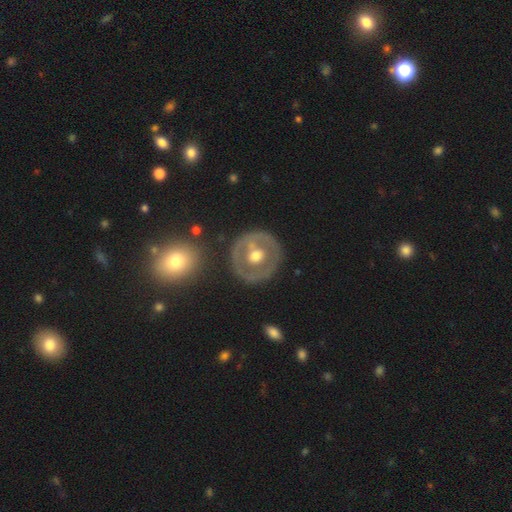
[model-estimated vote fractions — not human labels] Smooth or featured: featured or disk — 59% (smooth — 36%)
Edge-on disk: no — 96% (yes — 4%)
Bar: no — 75% (weak — 17%)
Spiral arms: no — 83% (yes — 17%)
Bulge size: moderate — 75% (large — 13%)
Merging: none — 77% (minor disturbance — 13%)